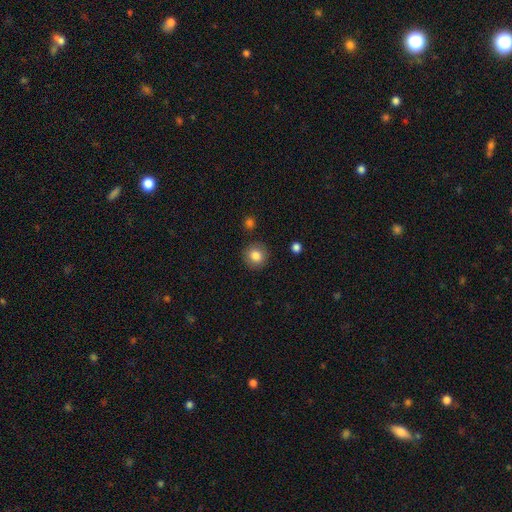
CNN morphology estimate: This appears to be a smooth galaxy with no disk features (84%) that is round (88%). Merging: none (88%).